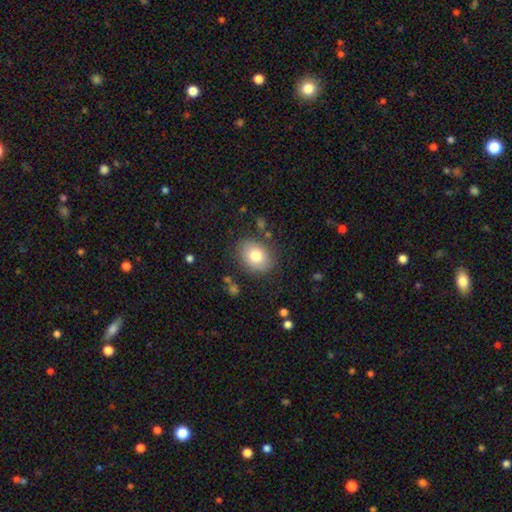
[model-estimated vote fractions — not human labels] This appears to be a smooth galaxy with no disk features (78%) that is in between round and cigar-shaped (63%). Merging: none (82%).